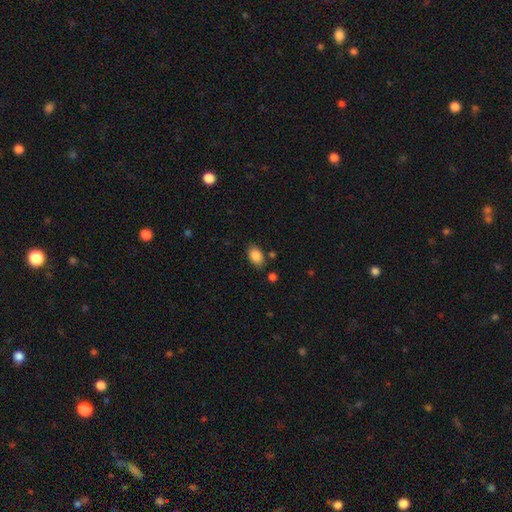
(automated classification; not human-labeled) This is clearly a smooth galaxy (87%). How rounded: clearly in between (89%). Merging: clearly none (80%).